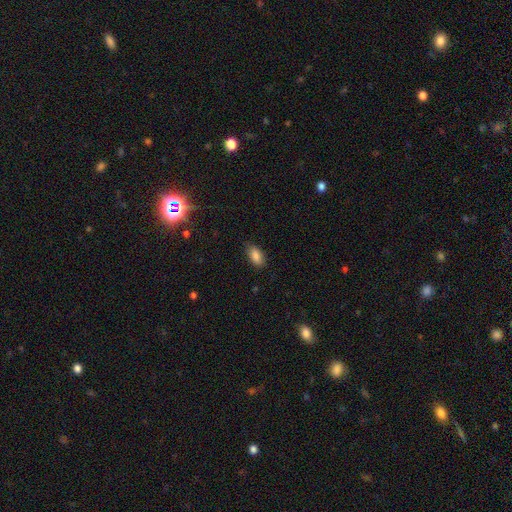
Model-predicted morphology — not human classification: Overall: smooth (86%). How rounded: in between (91%). Merging: none (82%).